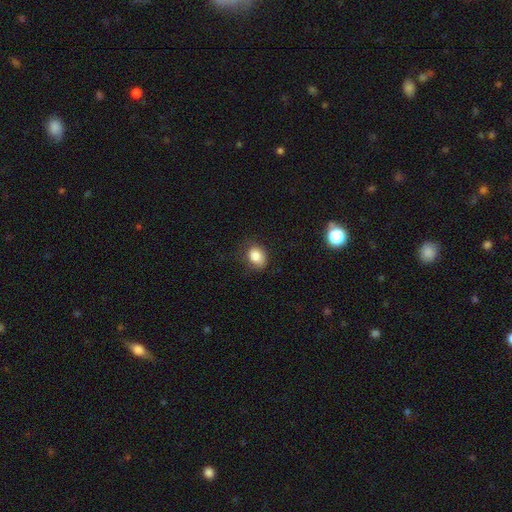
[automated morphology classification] smooth 83%, star or artifact 10%, featured or disk 7%. Down the decision tree: how rounded — in between (57%); merging — none (65%).